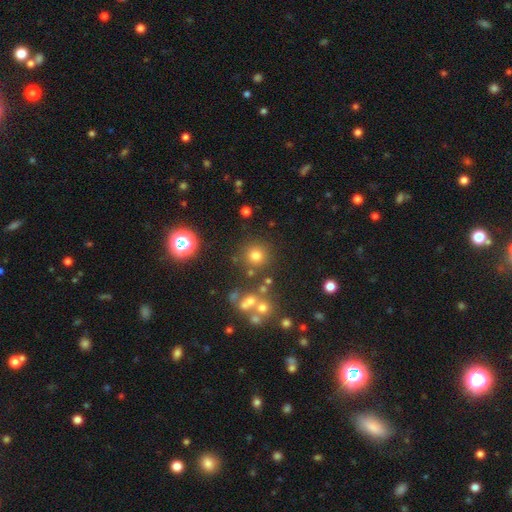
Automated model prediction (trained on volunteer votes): Morphology: type=smooth (72%); roundness=round (93%); merging=none (80%).